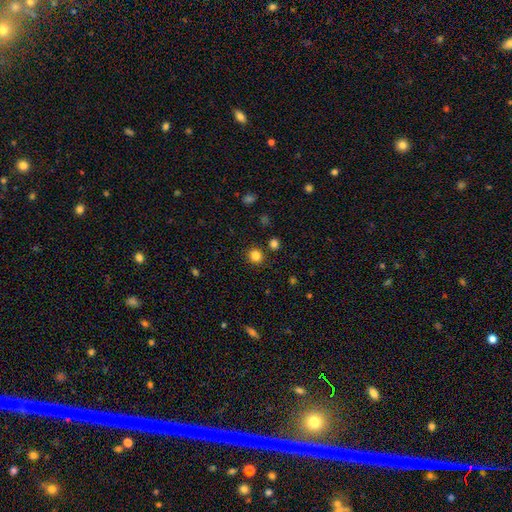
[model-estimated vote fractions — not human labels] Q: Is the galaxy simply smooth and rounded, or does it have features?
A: smooth — 83%.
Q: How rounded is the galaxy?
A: round — 88%.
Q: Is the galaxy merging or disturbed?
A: none — 87%.